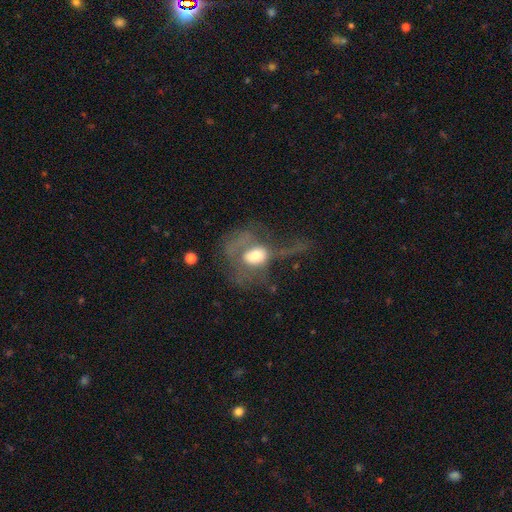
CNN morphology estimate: featured or disk 46%, smooth 44%, star or artifact 10%. Down the decision tree: merging — major disturbance (62%).